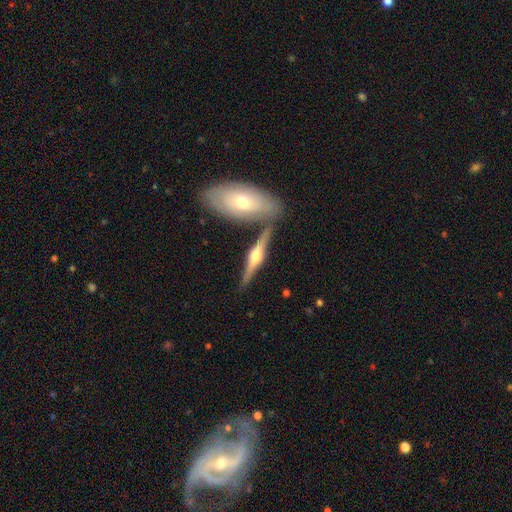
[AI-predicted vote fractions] Smooth or featured? Predicted: featured or disk (p=0.77). Edge-on disk? Predicted: yes (p=0.96). Edge-on bulge? Predicted: rounded (p=0.91). Merging? Predicted: none (p=0.75).